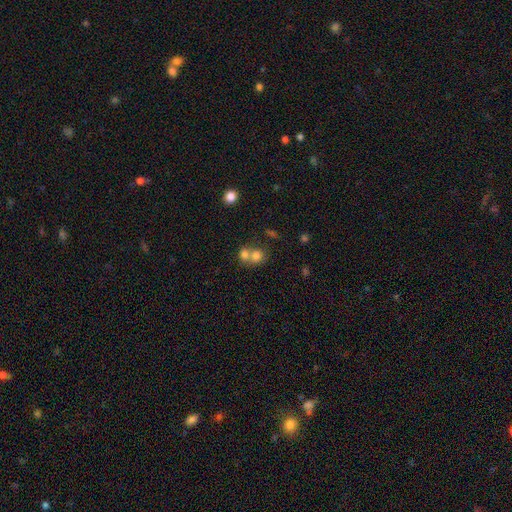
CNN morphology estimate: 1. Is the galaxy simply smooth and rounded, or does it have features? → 75% smooth, 13% featured or disk, 12% star or artifact.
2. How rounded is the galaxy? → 73% round, 26% in between, 1% cigar-shaped.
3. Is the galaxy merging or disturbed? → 61% merger, 31% none, 5% minor disturbance, 3% major disturbance.